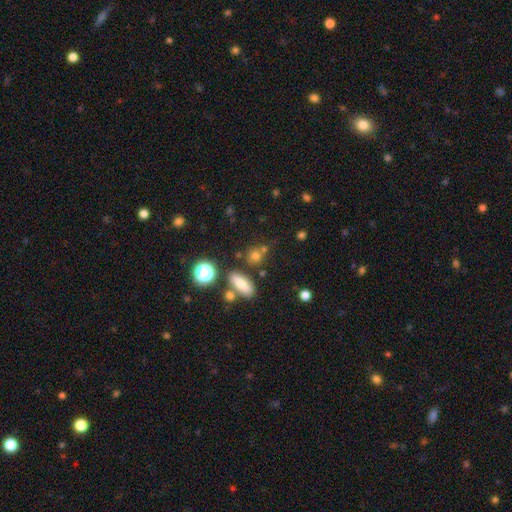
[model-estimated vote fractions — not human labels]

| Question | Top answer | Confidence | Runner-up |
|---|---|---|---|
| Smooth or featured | smooth | 68% | star or artifact (21%) |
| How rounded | round | 62% | in between (28%) |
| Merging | none | 70% | merger (15%) |